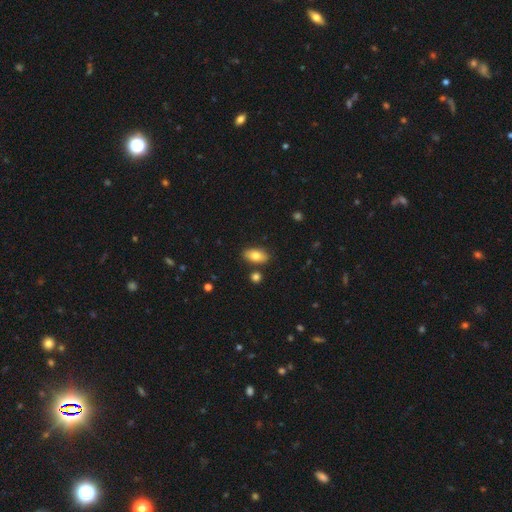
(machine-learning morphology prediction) Smooth or featured: smooth — 80% (featured or disk — 13%)
How rounded: in between — 92% (round — 5%)
Merging: none — 84% (minor disturbance — 9%)